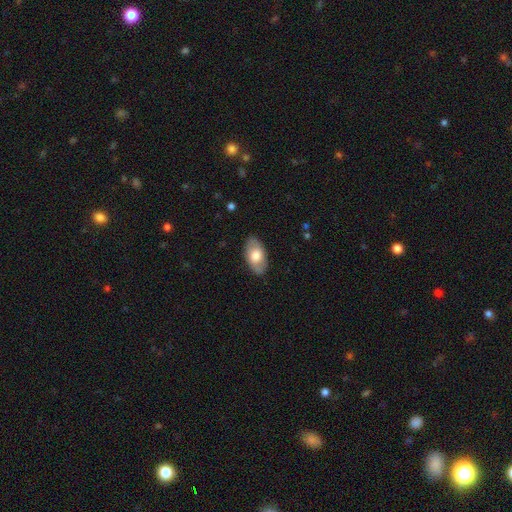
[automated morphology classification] Smooth or featured: smooth — 66% (featured or disk — 29%)
How rounded: in between — 94% (round — 4%)
Merging: none — 85% (minor disturbance — 12%)